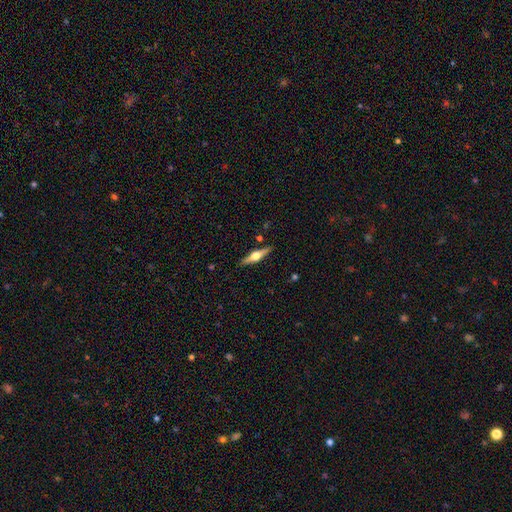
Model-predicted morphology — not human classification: The model was most divided on "smooth or featured": featured or disk: 67%, smooth: 27%, star or artifact: 6%. More confident: edge-on disk — yes (96%); edge-on bulge — rounded (94%); merging — none (88%).